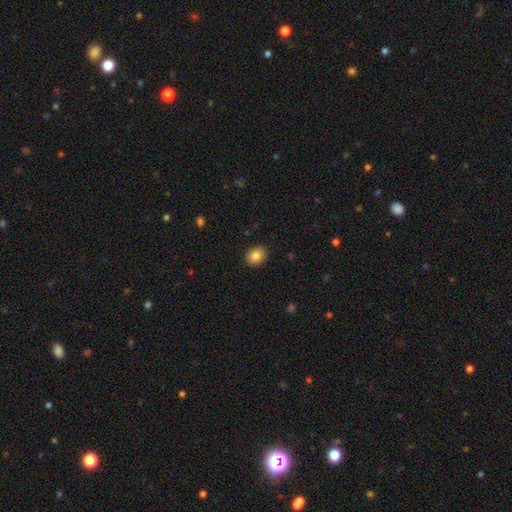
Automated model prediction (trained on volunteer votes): A smooth galaxy with no disk features (85%) that is round (52%). Merging: none (91%).